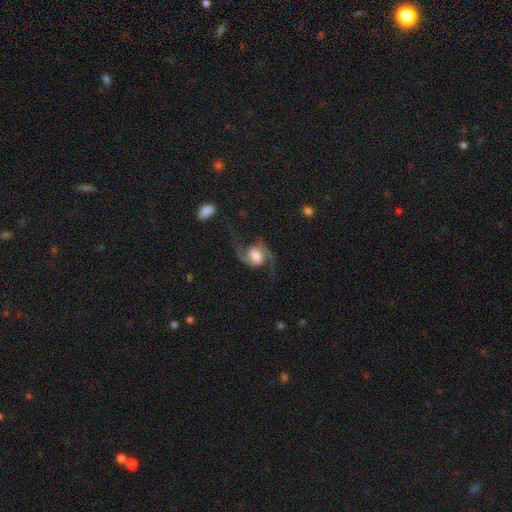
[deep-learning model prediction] This appears to be a featured or disk galaxy (87%) with a weak bar (42%), 2 (93%) loose (62%) spiral arms (97%) and a large central bulge (42%). Merging: none (71%).